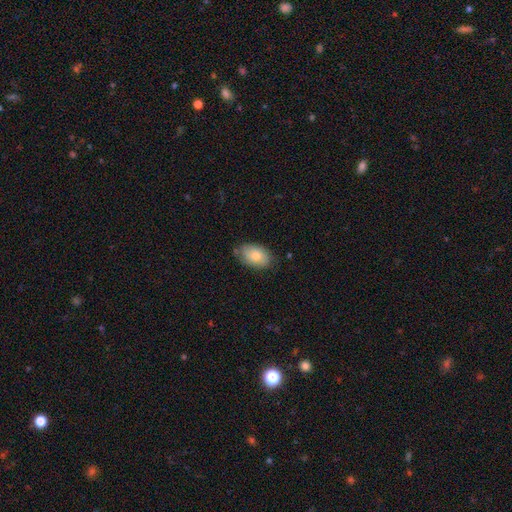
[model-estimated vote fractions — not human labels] Smooth or featured? smooth (76%)
How rounded? in between (88%)
Merging? none (74%)